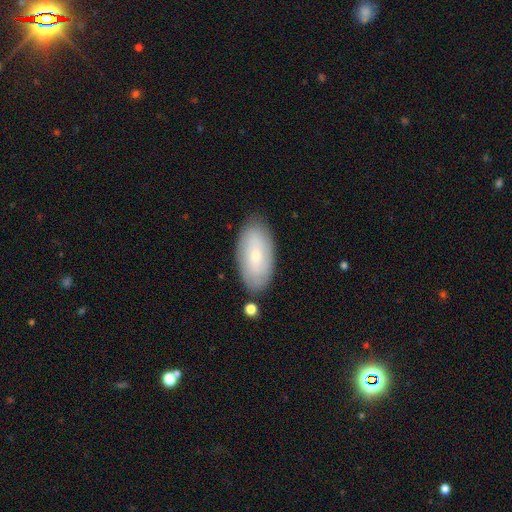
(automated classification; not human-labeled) smooth 61%, featured or disk 32%, star or artifact 6%. Down the decision tree: how rounded — in between (94%); merging — none (81%).